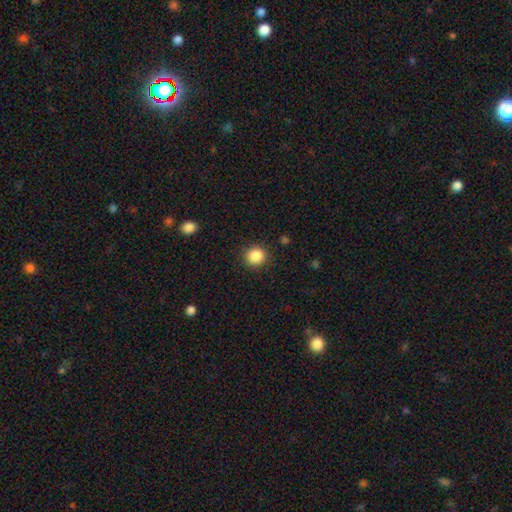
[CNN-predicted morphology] Smooth or featured: smooth — 86% (star or artifact — 10%)
How rounded: round — 91% (in between — 8%)
Merging: none — 89% (minor disturbance — 7%)